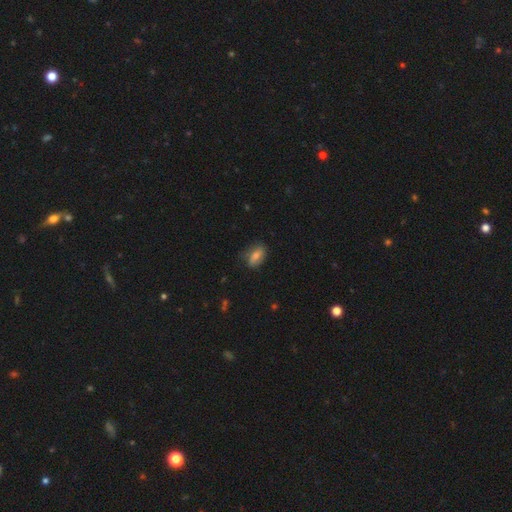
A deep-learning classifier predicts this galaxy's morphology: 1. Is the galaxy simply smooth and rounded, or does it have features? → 71% smooth, 21% featured or disk, 8% star or artifact.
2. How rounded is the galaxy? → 85% in between, 8% round, 7% cigar-shaped.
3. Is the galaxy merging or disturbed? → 69% none, 24% minor disturbance, 6% major disturbance, 1% merger.